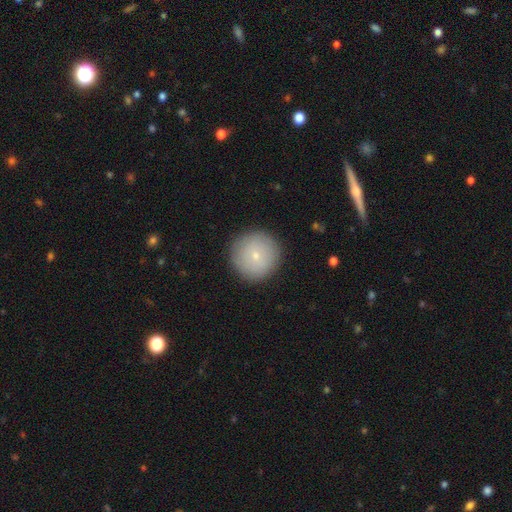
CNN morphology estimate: The model was most divided on "smooth or featured": smooth: 75%, featured or disk: 16%, star or artifact: 8%. More confident: how rounded — round (96%); merging — none (90%).